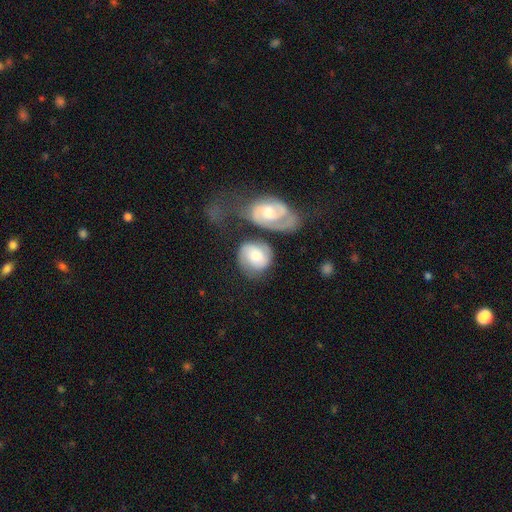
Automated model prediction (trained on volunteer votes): A featured or disk galaxy (53%) with no bar (56%), spiral arms (88%) and a moderate central bulge (63%).

Vote fractions:
- Smooth or featured? featured or disk: 53% / smooth: 41% / star or artifact: 6%
- Edge-on disk? no: 96% / yes: 4%
- Bar? no: 56% / weak: 35% / strong: 8%
- Spiral arms? yes: 88% / no: 12%
- Bulge size? moderate: 63% / small: 21% / large: 12% / none: 2% / dominant: 2%
- Merging? none: 49% / merger: 25% / minor disturbance: 17% / major disturbance: 9%